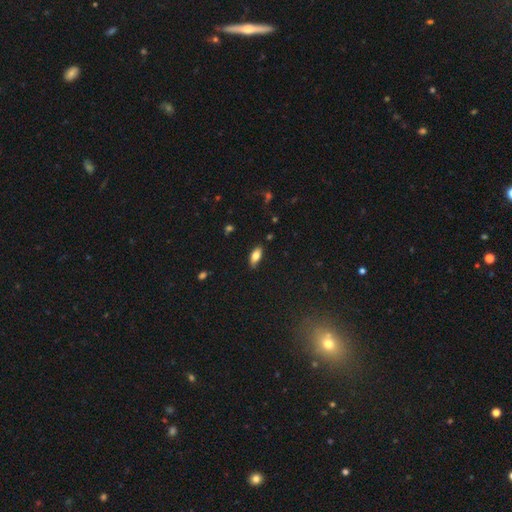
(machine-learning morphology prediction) Q: Smooth or featured?
A: smooth (78%); runner-up: featured or disk (15%)
Q: How rounded?
A: in between (84%); runner-up: cigar-shaped (13%)
Q: Merging?
A: none (83%); runner-up: minor disturbance (14%)